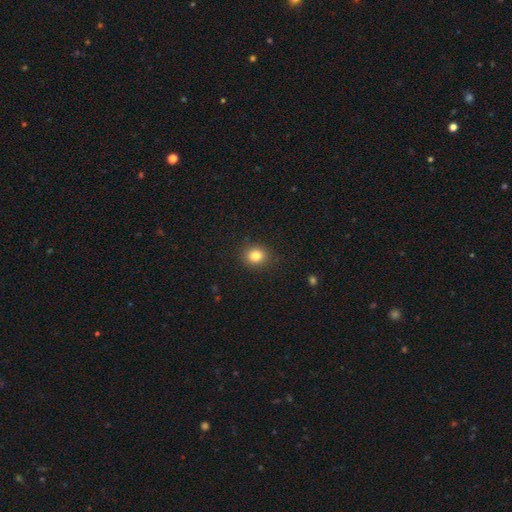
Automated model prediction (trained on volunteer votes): A smooth galaxy with no disk features (83%) that is round (73%).

Vote fractions:
- Smooth or featured? smooth: 83% / star or artifact: 11% / featured or disk: 6%
- How rounded? round: 73% / in between: 26% / cigar-shaped: 1%
- Merging? none: 89% / minor disturbance: 8% / major disturbance: 2% / merger: 1%